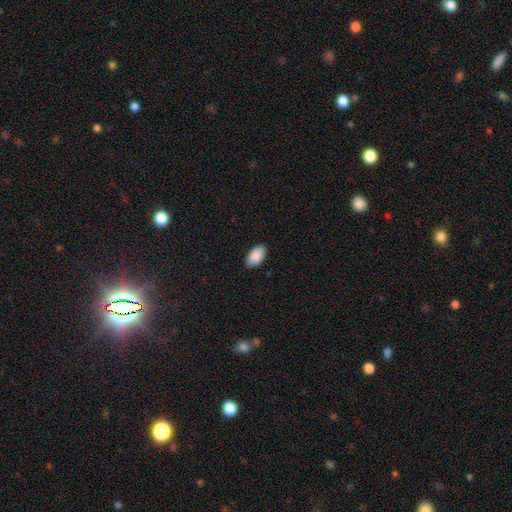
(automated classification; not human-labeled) A smooth galaxy with no disk features (90%) that is in between round and cigar-shaped (95%). Merging: none (86%).